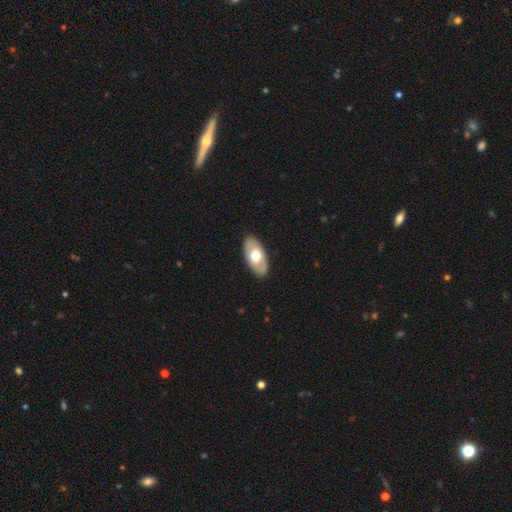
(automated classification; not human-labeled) This appears to be a smooth galaxy with no disk features (52%) that is in between round and cigar-shaped (93%). Merging: none (87%).